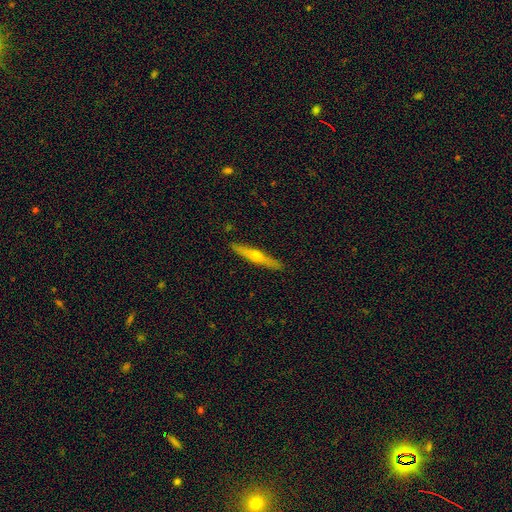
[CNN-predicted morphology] Smooth or featured?
  - featured or disk: 66% *
  - smooth: 28%
  - star or artifact: 6%
Edge-on disk?
  - yes: 96% *
  - no: 4%
Edge-on bulge?
  - rounded: 89% *
  - none: 9%
  - boxy: 2%
Merging?
  - none: 91% *
  - minor disturbance: 6%
  - major disturbance: 1%
  - merger: 1%